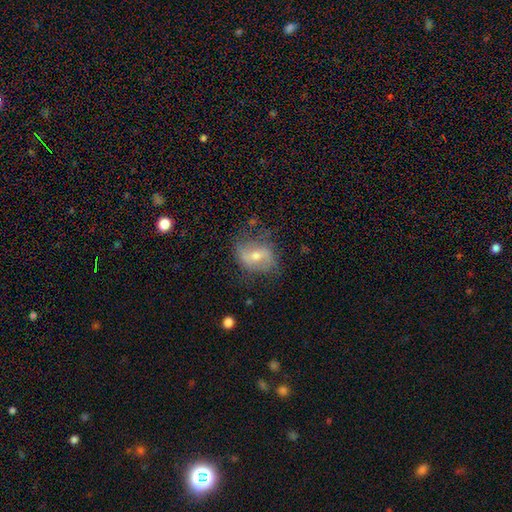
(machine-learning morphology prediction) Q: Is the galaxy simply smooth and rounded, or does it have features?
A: featured or disk — 63%.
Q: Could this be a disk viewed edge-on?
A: no — 94%.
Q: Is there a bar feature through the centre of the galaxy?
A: weak — 46%.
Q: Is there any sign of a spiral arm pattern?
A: yes — 75%.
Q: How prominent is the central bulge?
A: moderate — 58%.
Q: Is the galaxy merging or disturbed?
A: none — 62%.